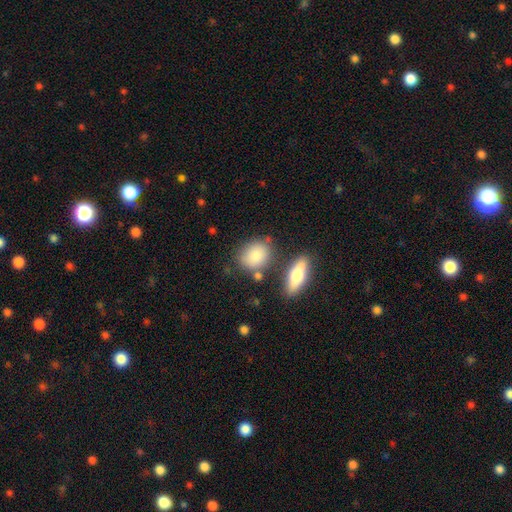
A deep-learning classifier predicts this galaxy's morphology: Smooth or featured? smooth (82%)
How rounded? in between (50%)
Merging? none (68%)